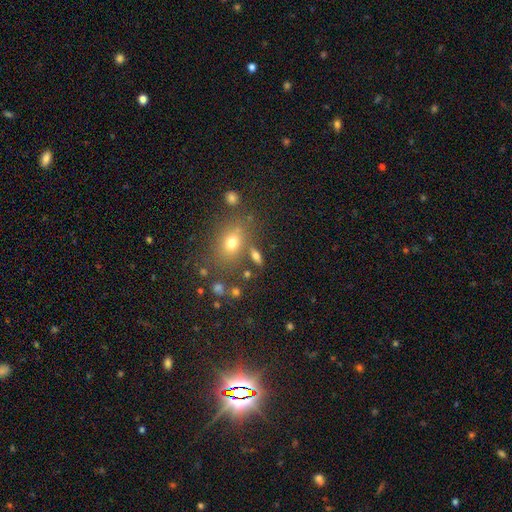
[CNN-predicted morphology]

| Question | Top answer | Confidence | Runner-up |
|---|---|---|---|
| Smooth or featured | smooth | 68% | featured or disk (17%) |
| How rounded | in between | 68% | round (16%) |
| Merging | none | 70% | minor disturbance (13%) |